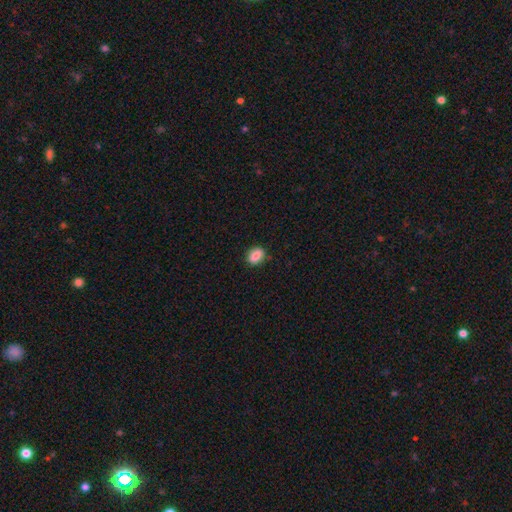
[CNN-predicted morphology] This is clearly a smooth galaxy (84%). How rounded: likely in between (70%). Merging: clearly none (85%).